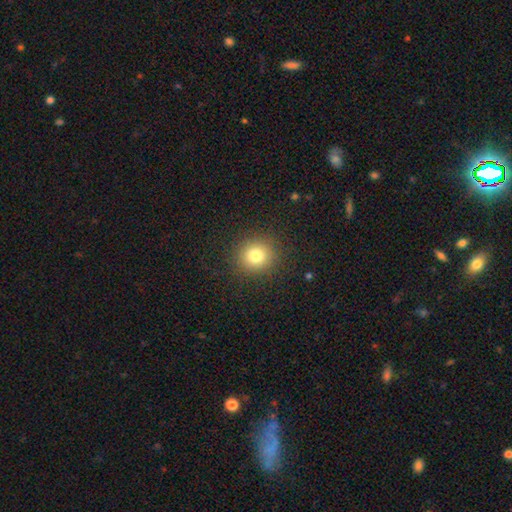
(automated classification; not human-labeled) A smooth galaxy with no disk features (80%) that is round (89%). Merging: none (90%).